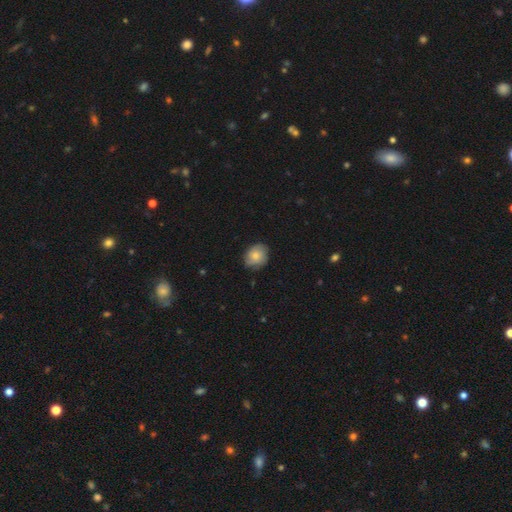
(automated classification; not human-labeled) smooth 64%, featured or disk 28%, star or artifact 8%. Down the decision tree: how rounded — round (66%); merging — none (74%).